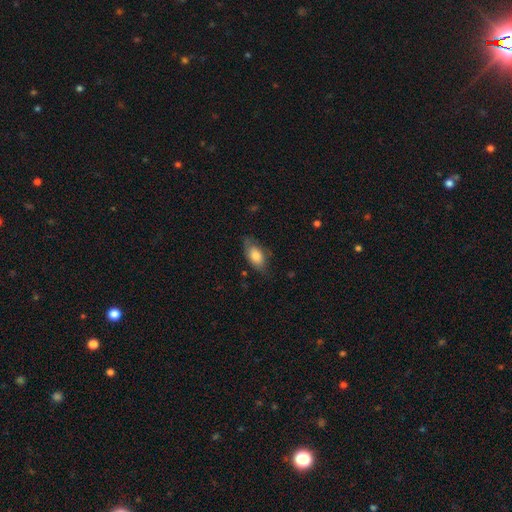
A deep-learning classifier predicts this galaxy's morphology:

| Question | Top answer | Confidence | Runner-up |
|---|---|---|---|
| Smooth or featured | smooth | 76% | featured or disk (18%) |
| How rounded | in between | 90% | cigar-shaped (6%) |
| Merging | none | 66% | minor disturbance (26%) |